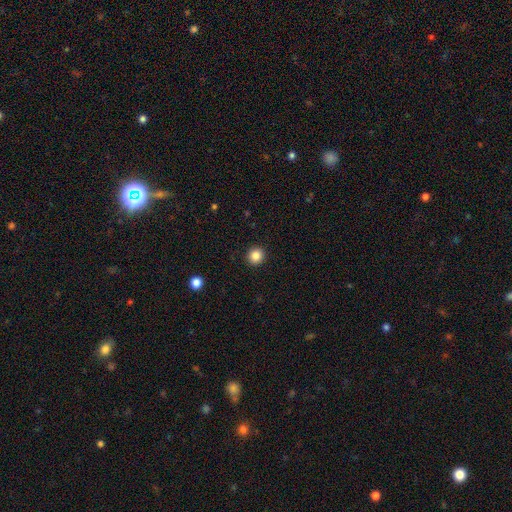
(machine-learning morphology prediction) Overall: smooth (86%). How rounded: round (90%). Merging: none (93%).